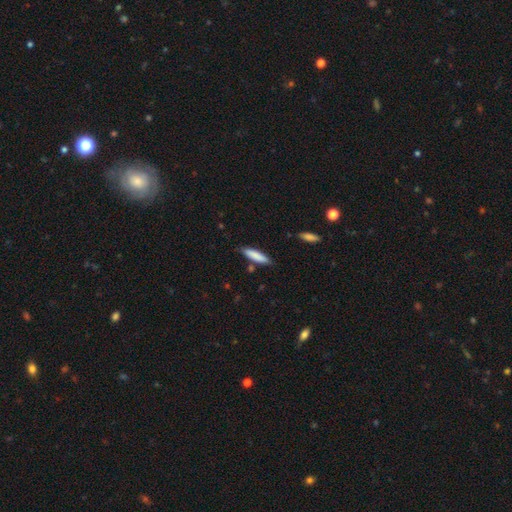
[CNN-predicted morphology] Smooth or featured? Predicted: smooth (p=0.84). How rounded? Predicted: cigar-shaped (p=0.72). Merging? Predicted: none (p=0.81).